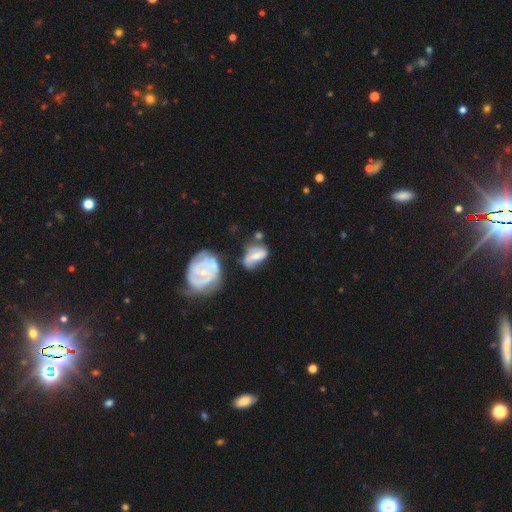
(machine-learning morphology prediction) A featured or disk galaxy (50%). Merging: none (35%).